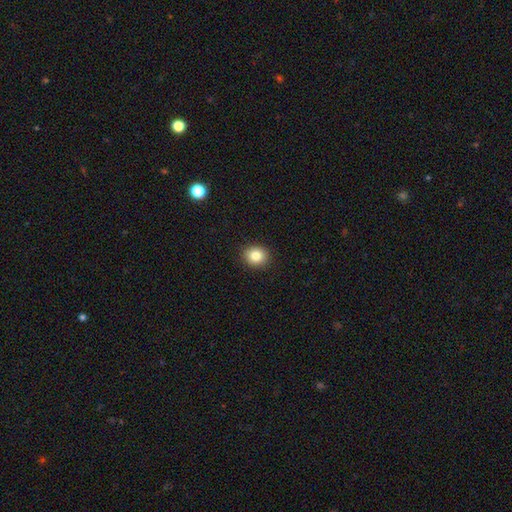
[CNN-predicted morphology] smooth 84%, star or artifact 10%, featured or disk 6%. Down the decision tree: how rounded — round (75%); merging — none (91%).